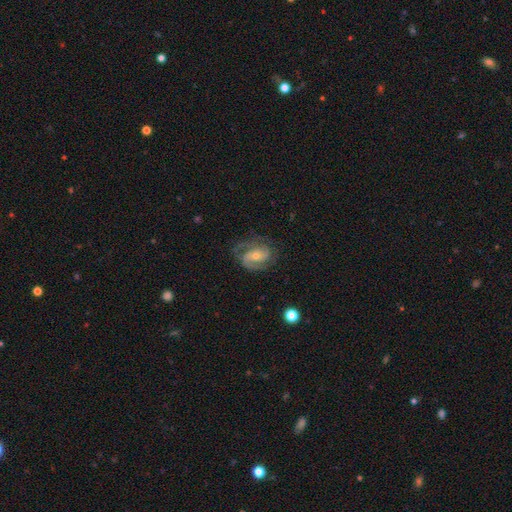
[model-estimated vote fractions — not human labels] smooth_or_featured: featured or disk (p=0.86) [alt: smooth p=0.09]
disk_edge_on: no (p=0.98) [alt: yes p=0.02]
bar: no (p=0.45) [alt: weak p=0.38]
has_spiral_arms: yes (p=0.96) [alt: no p=0.04]
spiral_winding: medium (p=0.49) [alt: tight p=0.37]
spiral_arm_count: 2 (p=0.68) [alt: 3 p=0.15]
bulge_size: small (p=0.55) [alt: moderate p=0.40]
merging: none (p=0.67) [alt: minor disturbance p=0.19]